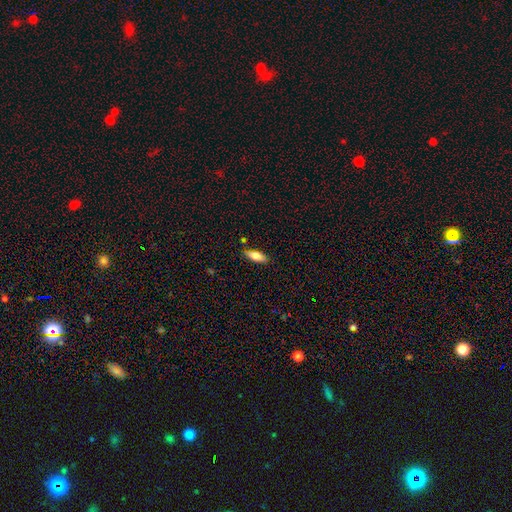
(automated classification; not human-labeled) A smooth galaxy with no disk features (76%) that is in between round and cigar-shaped (68%).

Vote fractions:
- Smooth or featured? smooth: 76% / featured or disk: 17% / star or artifact: 7%
- How rounded? in between: 68% / cigar-shaped: 30% / round: 2%
- Merging? none: 80% / minor disturbance: 14% / merger: 3% / major disturbance: 3%